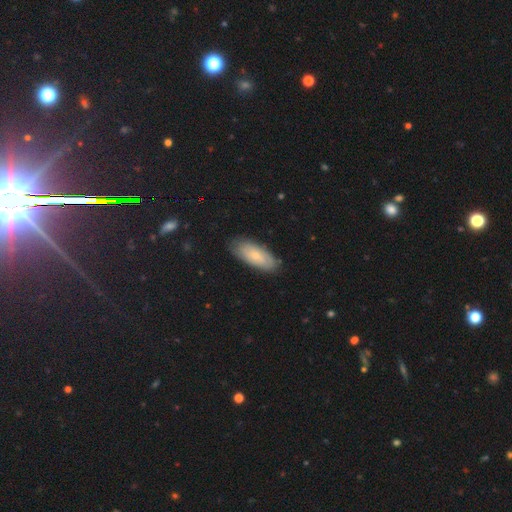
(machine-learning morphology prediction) This is likely a smooth galaxy (62%). How rounded: clearly in between (81%). Merging: clearly none (81%).